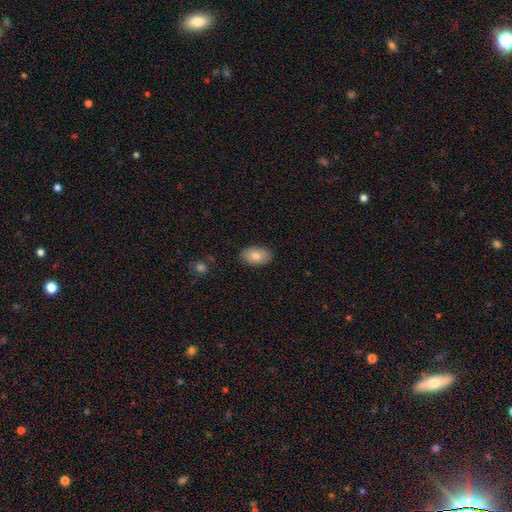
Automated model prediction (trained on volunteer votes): smooth-or-featured: smooth: 82% | featured or disk: 12% | star or artifact: 7%
  how-rounded: in between: 93% | round: 6% | cigar-shaped: 1%
  merging: none: 87% | minor disturbance: 10% | major disturbance: 2% | merger: 1%